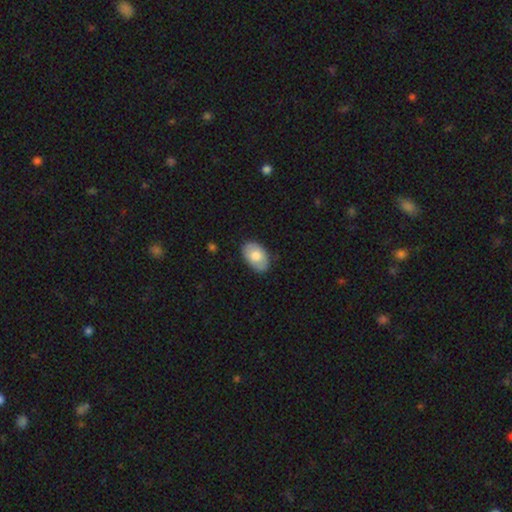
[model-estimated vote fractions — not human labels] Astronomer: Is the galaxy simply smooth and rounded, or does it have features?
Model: smooth — 72%.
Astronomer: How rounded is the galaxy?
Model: in between — 91%.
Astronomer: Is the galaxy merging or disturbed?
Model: none — 81%.